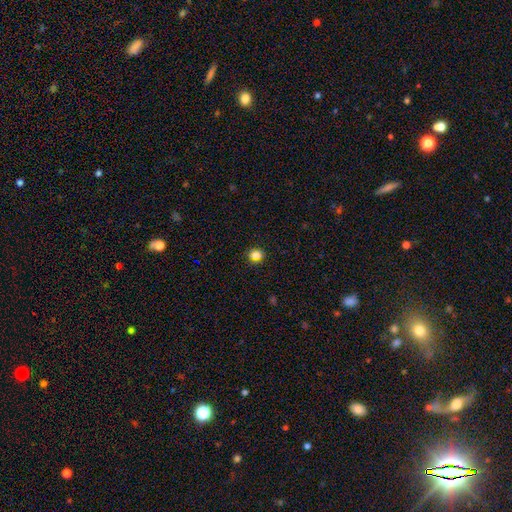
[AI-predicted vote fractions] Overall: smooth (77%). How rounded: round (82%). Merging: none (89%).